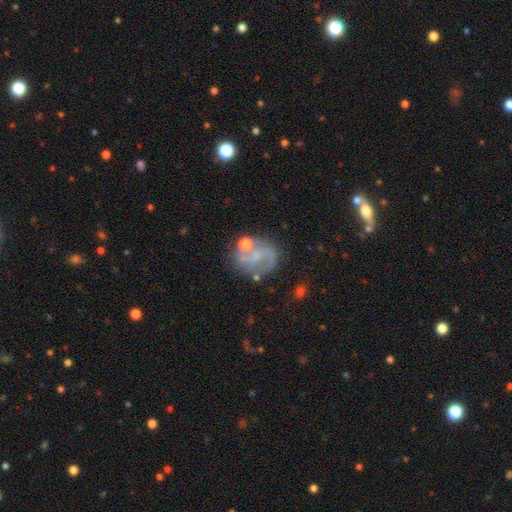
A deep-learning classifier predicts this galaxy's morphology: Smooth or featured?
  - featured or disk: 70% *
  - smooth: 19%
  - star or artifact: 11%
Edge-on disk?
  - no: 98% *
  - yes: 2%
Bar?
  - no: 51% *
  - weak: 39%
  - strong: 10%
Spiral arms?
  - yes: 83% *
  - no: 17%
Spiral winding?
  - medium: 43% *
  - loose: 37%
  - tight: 20%
Spiral arm count?
  - 2: 68% *
  - can't tell: 13%
  - 1: 12%
  - 3: 4%
  - 4: 2%
  - more than 4: 2%
Bulge size?
  - small: 43% *
  - none: 35%
  - moderate: 18%
  - large: 2%
  - dominant: 1%
Merging?
  - none: 57% *
  - minor disturbance: 19%
  - major disturbance: 14%
  - merger: 9%